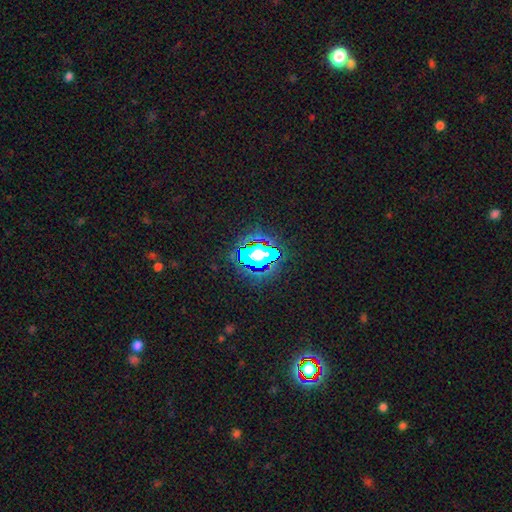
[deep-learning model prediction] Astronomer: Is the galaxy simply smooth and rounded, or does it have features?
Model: star or artifact — 77%.